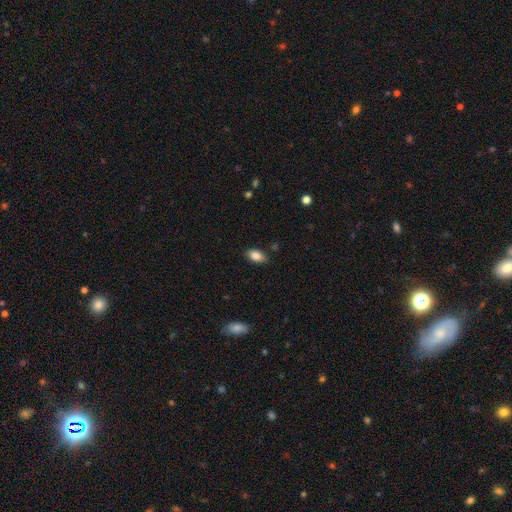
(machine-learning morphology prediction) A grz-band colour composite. It shows a smooth galaxy with no disk features (86%) that is in between round and cigar-shaped (91%). Merging: none (85%).